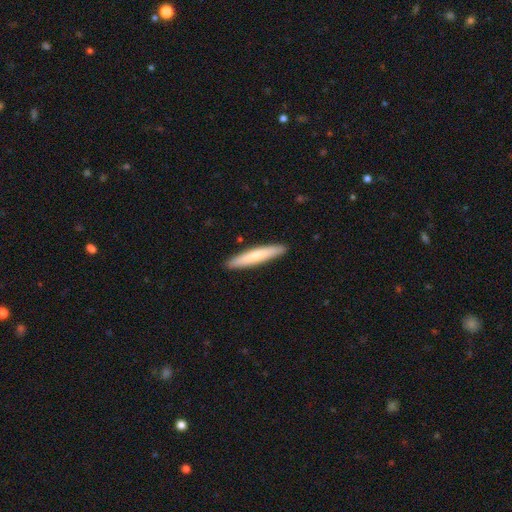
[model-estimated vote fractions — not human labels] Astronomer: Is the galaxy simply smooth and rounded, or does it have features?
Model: smooth — 73%.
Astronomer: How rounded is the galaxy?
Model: cigar-shaped — 93%.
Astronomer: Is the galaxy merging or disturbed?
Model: none — 91%.